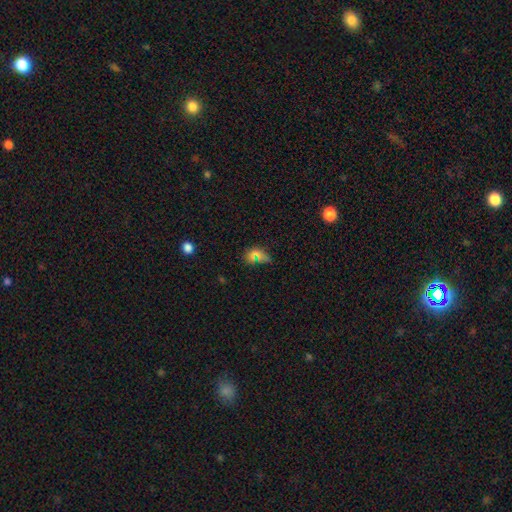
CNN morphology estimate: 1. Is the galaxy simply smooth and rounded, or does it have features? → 55% smooth, 35% star or artifact, 10% featured or disk.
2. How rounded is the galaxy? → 68% in between, 26% round, 6% cigar-shaped.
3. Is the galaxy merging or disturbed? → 62% none, 19% minor disturbance, 11% major disturbance, 8% merger.